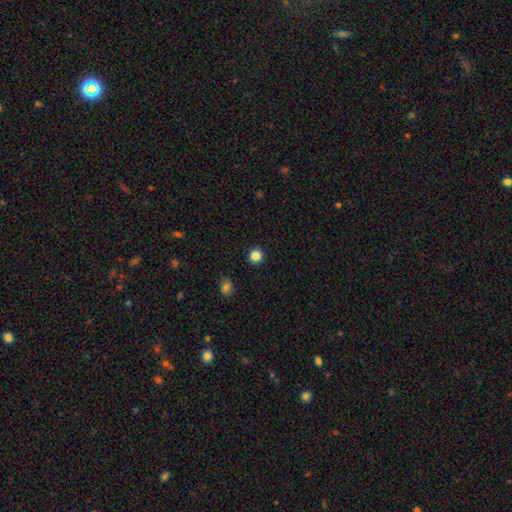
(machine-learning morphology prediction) This appears to be a smooth galaxy with no disk features (85%) that is round (94%). Merging: none (92%).